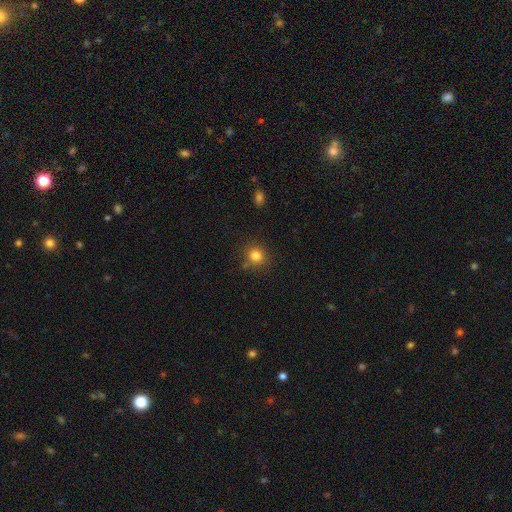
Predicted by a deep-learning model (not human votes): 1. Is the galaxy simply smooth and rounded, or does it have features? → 81% smooth, 13% star or artifact, 6% featured or disk.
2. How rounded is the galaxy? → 87% round, 12% in between, 1% cigar-shaped.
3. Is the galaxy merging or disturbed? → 81% none, 12% minor disturbance, 4% merger, 3% major disturbance.